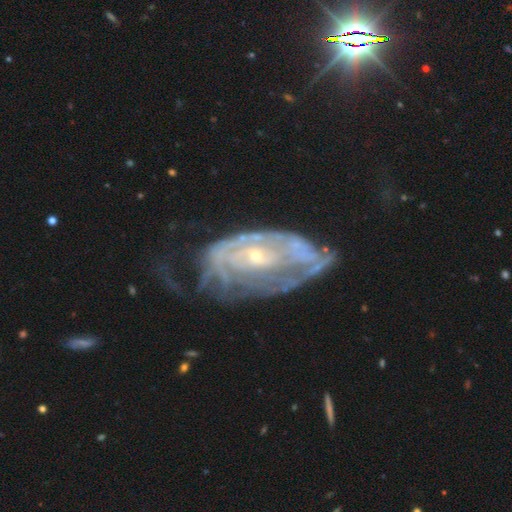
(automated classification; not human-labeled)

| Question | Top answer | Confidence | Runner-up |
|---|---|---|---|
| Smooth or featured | featured or disk | 84% | smooth (9%) |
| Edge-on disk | no | 93% | yes (7%) |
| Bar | no | 65% | weak (25%) |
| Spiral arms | yes | 81% | no (19%) |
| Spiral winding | tight | 66% | medium (24%) |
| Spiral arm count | can't tell | 55% | 2 (20%) |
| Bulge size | small | 70% | moderate (26%) |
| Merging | none | 42% | major disturbance (29%) |